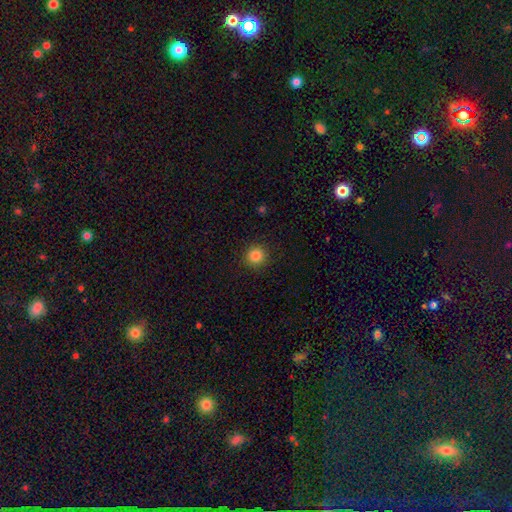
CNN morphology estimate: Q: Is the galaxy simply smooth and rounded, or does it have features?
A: smooth — 85%.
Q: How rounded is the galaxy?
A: round — 94%.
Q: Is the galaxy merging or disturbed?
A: none — 91%.